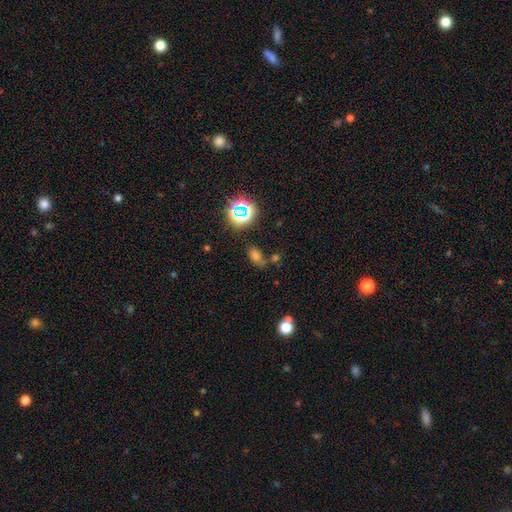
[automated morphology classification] smooth 61%, star or artifact 29%, featured or disk 10%. Down the decision tree: how rounded — in between (80%); merging — none (63%).